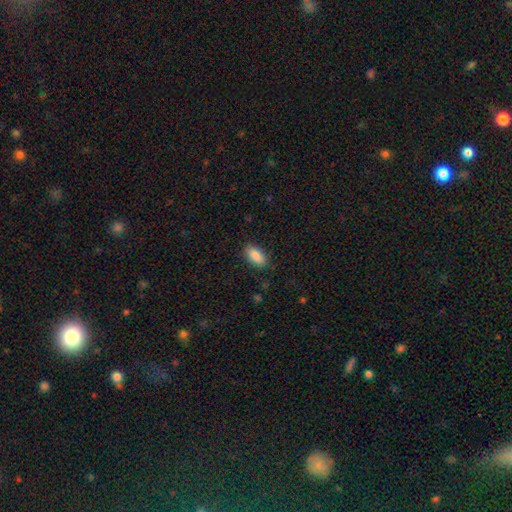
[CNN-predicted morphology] Smooth or featured?
  - smooth: 88% *
  - star or artifact: 7%
  - featured or disk: 5%
How rounded?
  - in between: 92% *
  - cigar-shaped: 5%
  - round: 3%
Merging?
  - none: 86% *
  - minor disturbance: 10%
  - major disturbance: 3%
  - merger: 1%